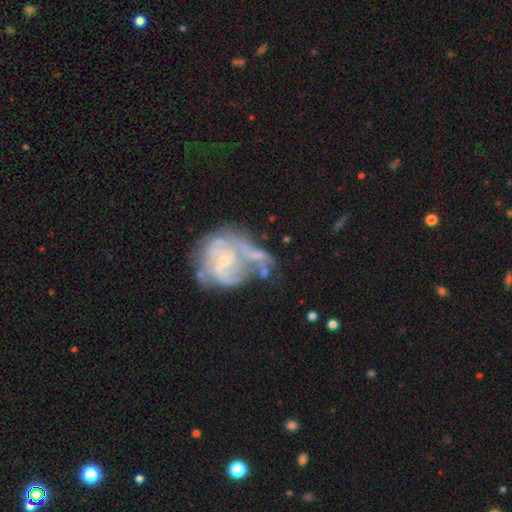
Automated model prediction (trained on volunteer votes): A featured or disk galaxy (76%) with no bar (73%), tight (53%) spiral arms (78%) and a small central bulge (70%). Merging: merger (37%).